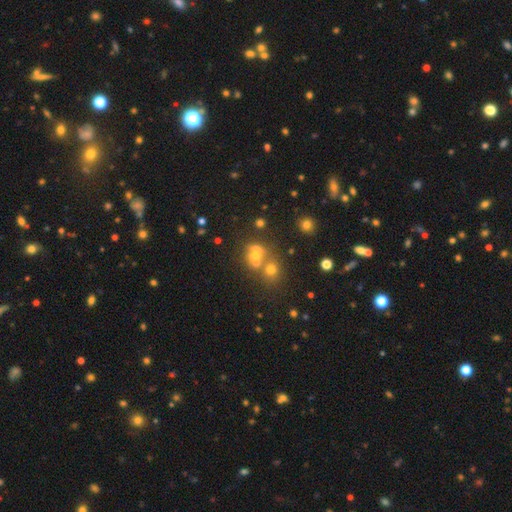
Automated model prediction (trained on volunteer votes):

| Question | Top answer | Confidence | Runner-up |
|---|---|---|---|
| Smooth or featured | smooth | 51% | star or artifact (29%) |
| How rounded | round | 70% | in between (28%) |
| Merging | merger | 47% | none (41%) |